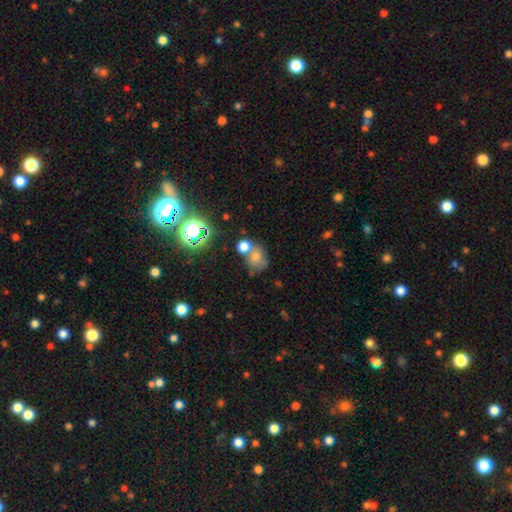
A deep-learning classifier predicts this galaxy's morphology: smooth 63%, star or artifact 23%, featured or disk 14%. Down the decision tree: how rounded — round (64%); merging — none (46%).